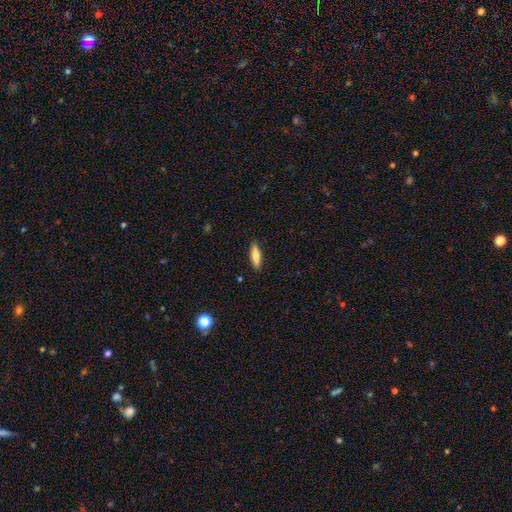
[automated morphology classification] Q: Smooth or featured?
A: smooth (75%); runner-up: featured or disk (18%)
Q: How rounded?
A: cigar-shaped (61%); runner-up: in between (37%)
Q: Merging?
A: none (88%); runner-up: minor disturbance (9%)